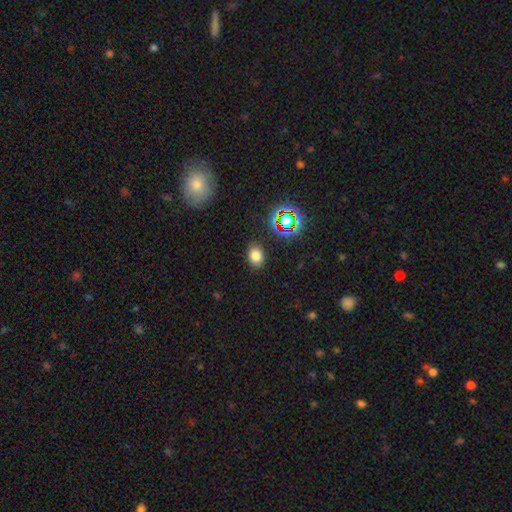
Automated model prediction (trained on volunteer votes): Smooth or featured: smooth — 76% (star or artifact — 17%)
How rounded: in between — 63% (round — 36%)
Merging: none — 86% (minor disturbance — 10%)